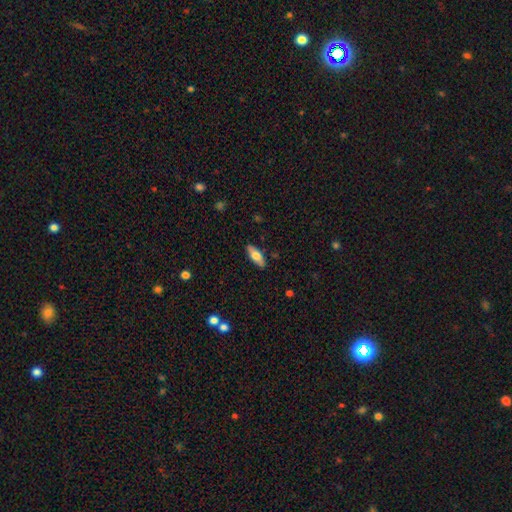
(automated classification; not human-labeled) A smooth galaxy with no disk features (65%) that is in between round and cigar-shaped (70%). Merging: none (87%).